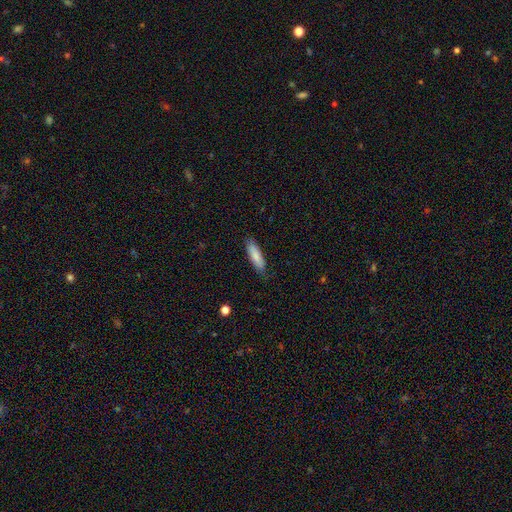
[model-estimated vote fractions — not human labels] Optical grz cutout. It shows a smooth galaxy with no disk features (82%) that is cigar-shaped (58%). Merging: none (83%).